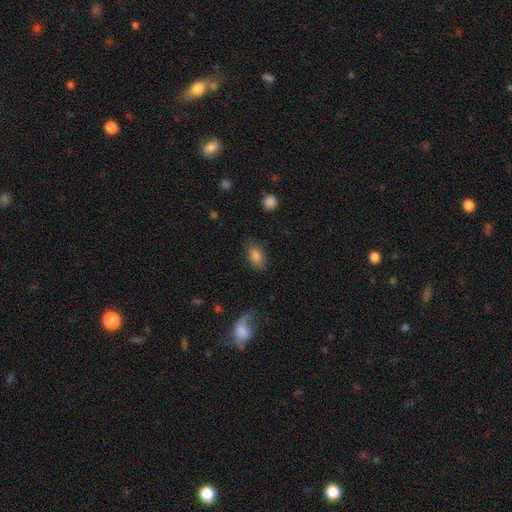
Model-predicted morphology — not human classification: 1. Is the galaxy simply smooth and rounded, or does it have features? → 81% smooth, 10% featured or disk, 9% star or artifact.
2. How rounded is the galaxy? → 86% in between, 12% round, 2% cigar-shaped.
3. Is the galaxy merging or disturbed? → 79% none, 14% minor disturbance, 5% major disturbance, 2% merger.